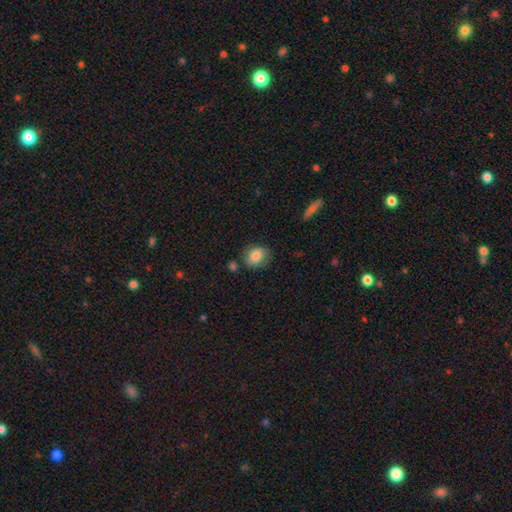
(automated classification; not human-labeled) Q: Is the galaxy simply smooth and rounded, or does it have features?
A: smooth — 84%.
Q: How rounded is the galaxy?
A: in between — 51%.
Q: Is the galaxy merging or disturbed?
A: none — 67%.